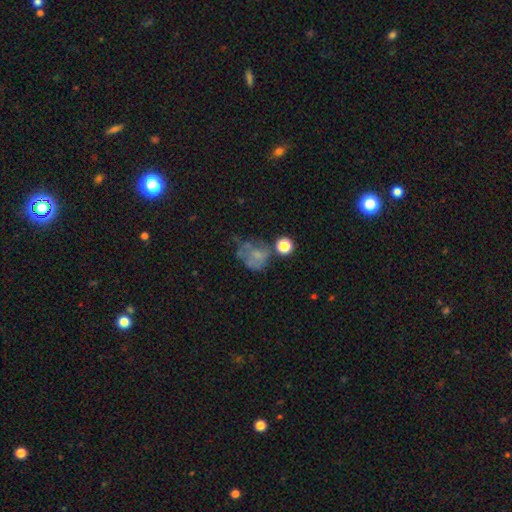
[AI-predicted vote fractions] A smooth galaxy with no disk features (47%).

Vote fractions:
- Smooth or featured? smooth: 47% / featured or disk: 36% / star or artifact: 17%
- Merging? none: 33% / major disturbance: 30% / minor disturbance: 24% / merger: 13%